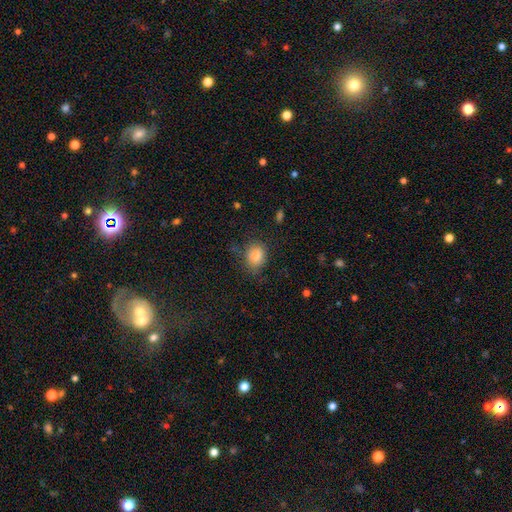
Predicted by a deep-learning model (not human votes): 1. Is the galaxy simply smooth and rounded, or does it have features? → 84% smooth, 9% star or artifact, 7% featured or disk.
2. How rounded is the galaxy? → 50% round, 49% in between, 1% cigar-shaped.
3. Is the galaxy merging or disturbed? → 72% none, 20% minor disturbance, 6% major disturbance, 2% merger.